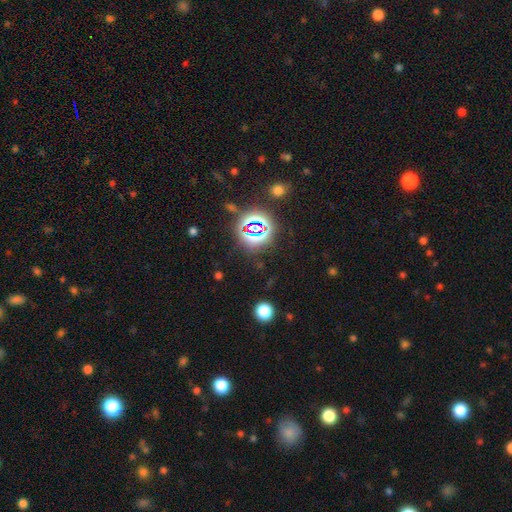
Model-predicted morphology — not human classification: Smooth or featured: star or artifact — 80% (smooth — 13%)